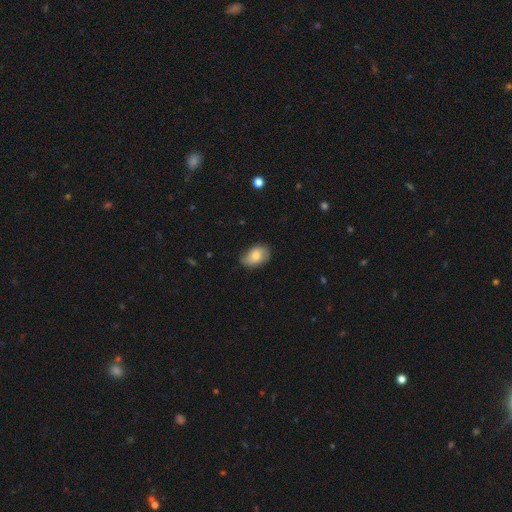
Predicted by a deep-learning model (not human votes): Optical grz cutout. It shows a smooth galaxy with no disk features (67%) that is in between round and cigar-shaped (84%). Merging: none (65%).